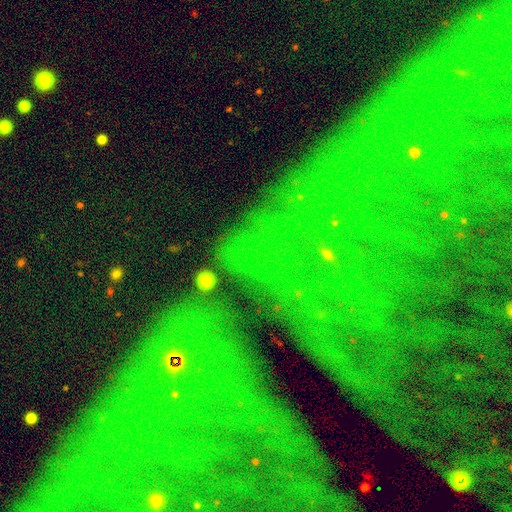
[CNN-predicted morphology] smooth-or-featured: star or artifact: 77% | smooth: 12% | featured or disk: 11%